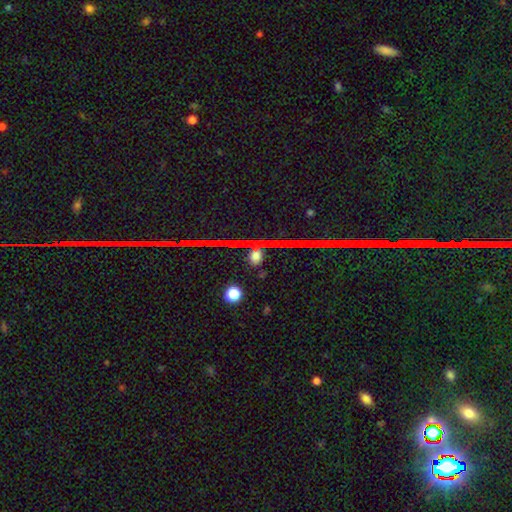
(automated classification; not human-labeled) The model was most divided on "smooth or featured": star or artifact: 54%, smooth: 29%, featured or disk: 18%.